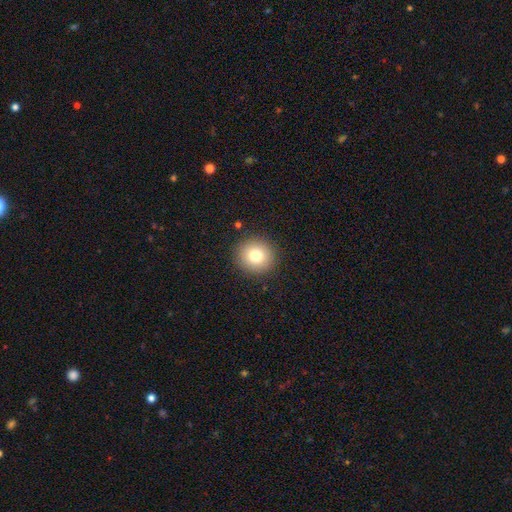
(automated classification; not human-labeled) Smooth or featured: smooth — 78% (star or artifact — 11%)
How rounded: round — 93% (in between — 6%)
Merging: none — 91% (minor disturbance — 6%)